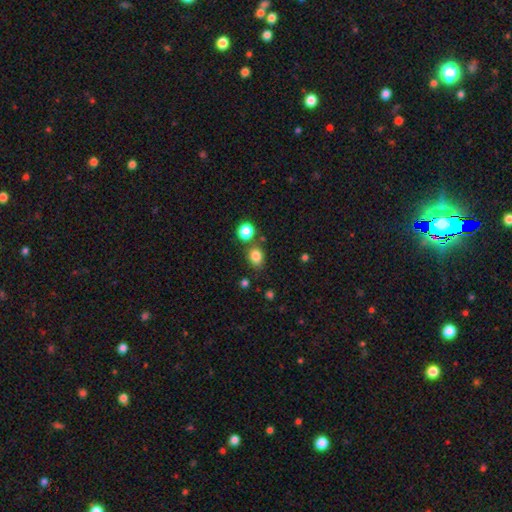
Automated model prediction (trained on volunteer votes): Overall: smooth (83%). How rounded: in between (52%; round 46%). Merging: none (71%).